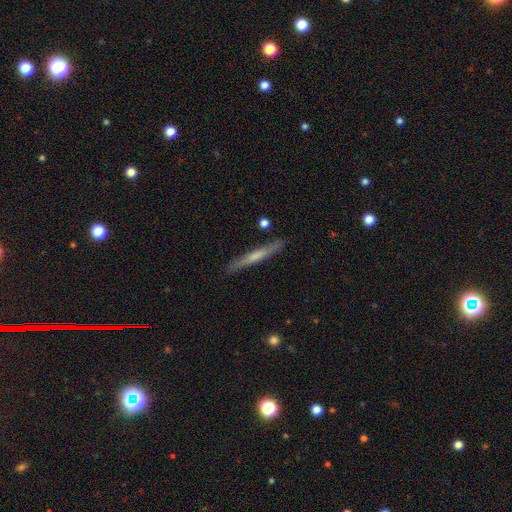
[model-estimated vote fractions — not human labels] featured or disk 49%, smooth 45%, star or artifact 6%. Down the decision tree: merging — none (88%).